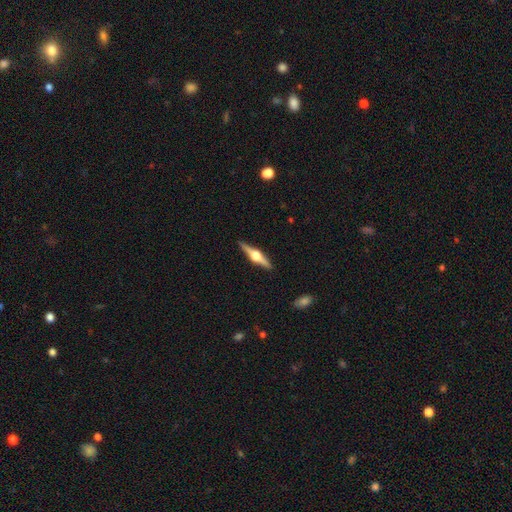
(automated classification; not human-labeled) A featured or disk galaxy (80%) viewed edge-on (98%) with a rounded central bulge (95%). Merging: none (91%).